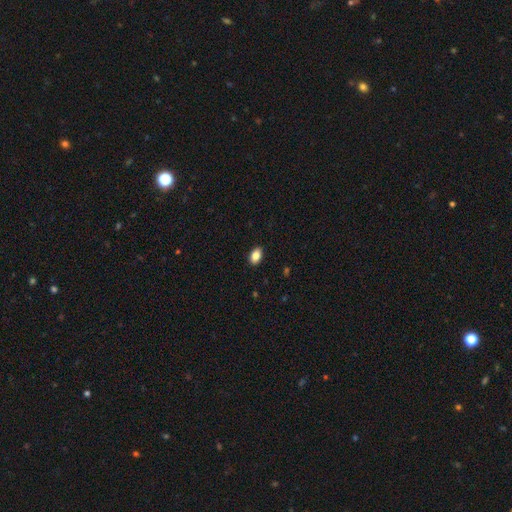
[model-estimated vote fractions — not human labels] smooth_or_featured: smooth (p=0.85) [alt: star or artifact p=0.08]
how_rounded: in between (p=0.86) [alt: round p=0.12]
merging: none (p=0.89) [alt: minor disturbance p=0.08]